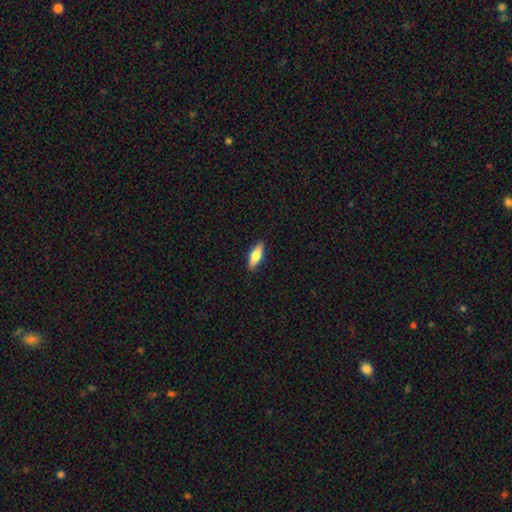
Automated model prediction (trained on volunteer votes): Overall: smooth (69%). How rounded: in between (60%; cigar-shaped 38%). Merging: none (89%).